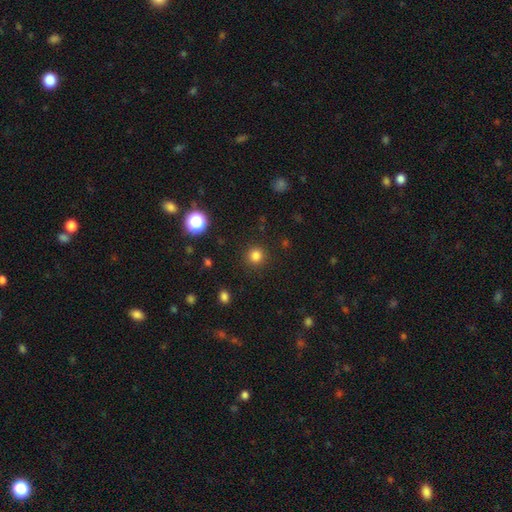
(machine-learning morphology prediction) Smooth or featured? Predicted: smooth (p=0.82). How rounded? Predicted: round (p=0.94). Merging? Predicted: none (p=0.91).